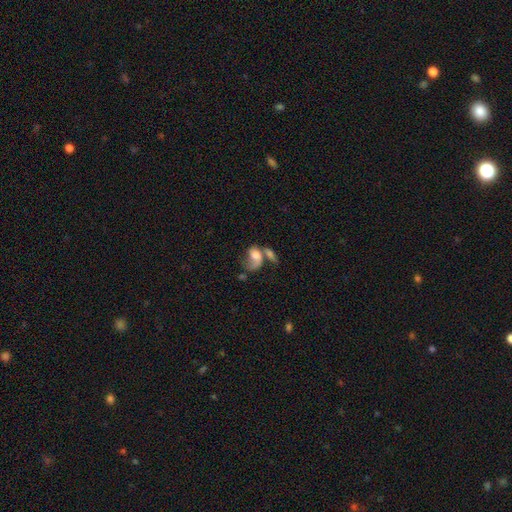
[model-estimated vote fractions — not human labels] smooth_or_featured: smooth (p=0.55) [alt: featured or disk p=0.35]
how_rounded: in between (p=0.75) [alt: round p=0.23]
merging: merger (p=0.49) [alt: major disturbance p=0.24]